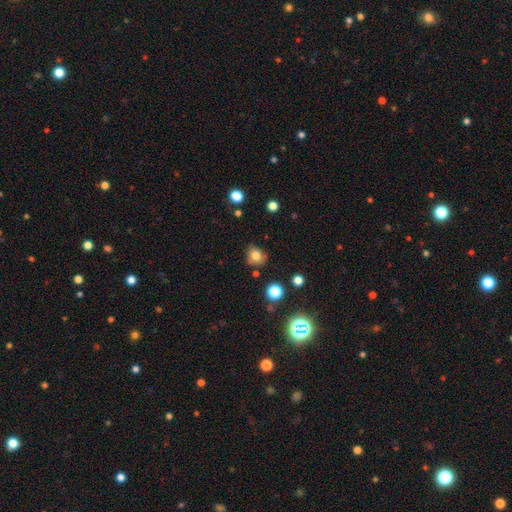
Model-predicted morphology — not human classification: A smooth galaxy with no disk features (77%) that is round (69%).

Vote fractions:
- Smooth or featured? smooth: 77% / star or artifact: 13% / featured or disk: 10%
- How rounded? round: 69% / in between: 30% / cigar-shaped: 1%
- Merging? none: 71% / minor disturbance: 20% / major disturbance: 5% / merger: 4%